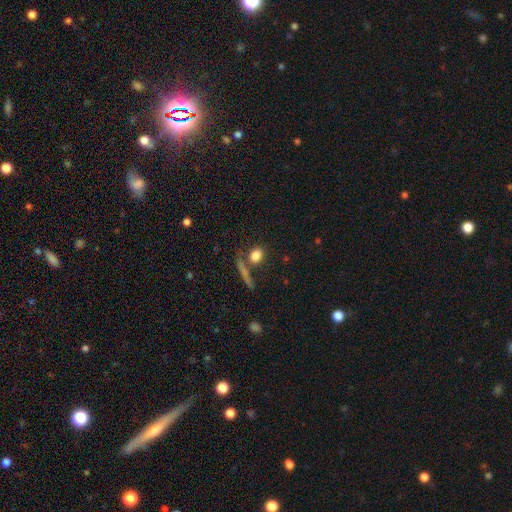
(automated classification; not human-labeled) smooth_or_featured: smooth (p=0.81) [alt: star or artifact p=0.10]
how_rounded: round (p=0.50) [alt: in between p=0.42]
merging: none (p=0.67) [alt: merger p=0.17]